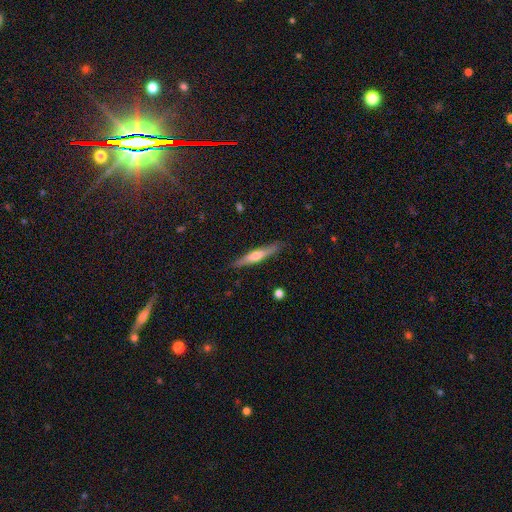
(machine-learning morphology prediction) type=featured or disk (54%); edge-on=yes (95%); edge-on bulge=rounded (83%); merging=none (87%).